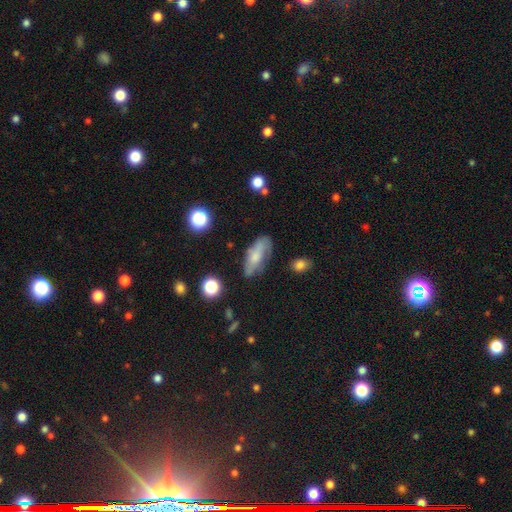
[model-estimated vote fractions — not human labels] A smooth galaxy with no disk features (53%) that is in between round and cigar-shaped (74%).

Vote fractions:
- Smooth or featured? smooth: 53% / featured or disk: 37% / star or artifact: 9%
- How rounded? in between: 74% / cigar-shaped: 22% / round: 4%
- Merging? none: 60% / minor disturbance: 26% / major disturbance: 10% / merger: 4%